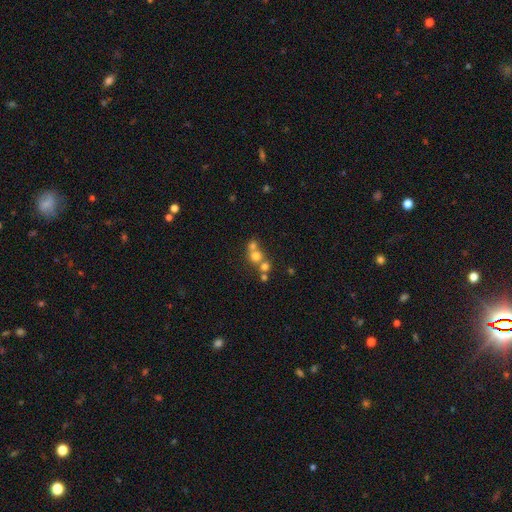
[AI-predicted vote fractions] smooth 64%, featured or disk 19%, star or artifact 17%. Down the decision tree: how rounded — round (85%); merging — merger (51%).